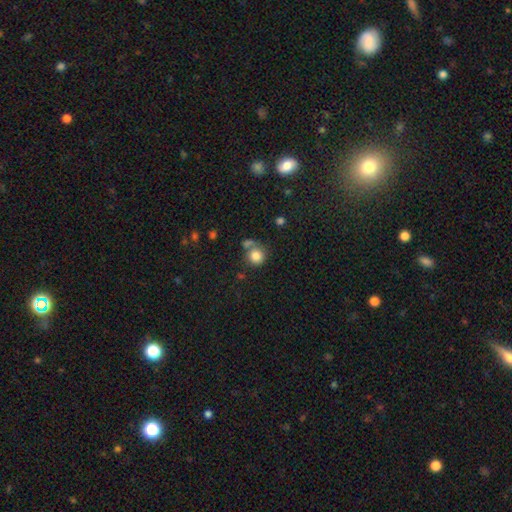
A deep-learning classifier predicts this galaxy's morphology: smooth_or_featured: smooth (p=0.82) [alt: star or artifact p=0.10]
how_rounded: round (p=0.88) [alt: in between p=0.11]
merging: none (p=0.55) [alt: merger p=0.26]